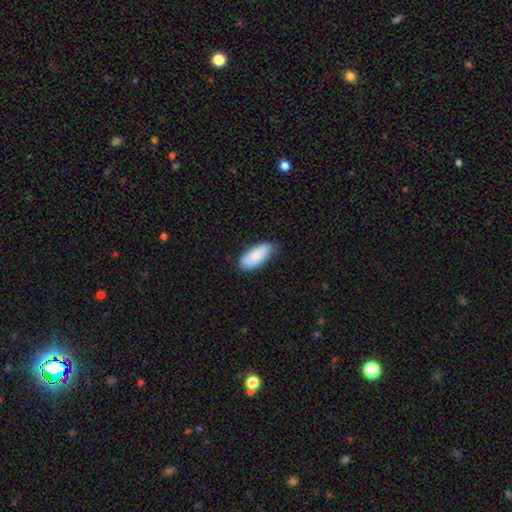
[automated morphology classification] smooth_or_featured: smooth (p=0.84) [alt: featured or disk p=0.11]
how_rounded: in between (p=0.84) [alt: cigar-shaped p=0.14]
merging: none (p=0.76) [alt: minor disturbance p=0.20]